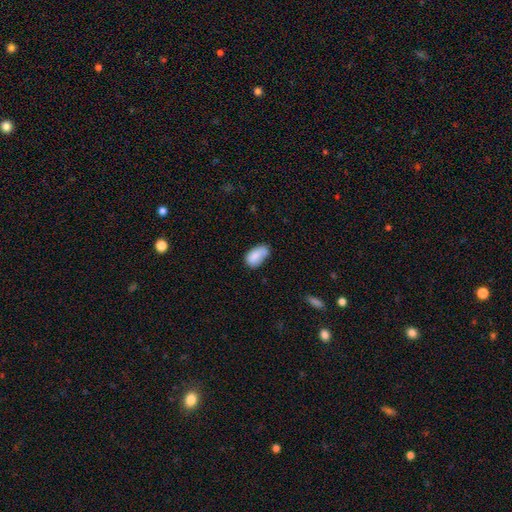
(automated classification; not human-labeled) Morphology: type=smooth (82%); roundness=in between (92%); merging=none (49%).